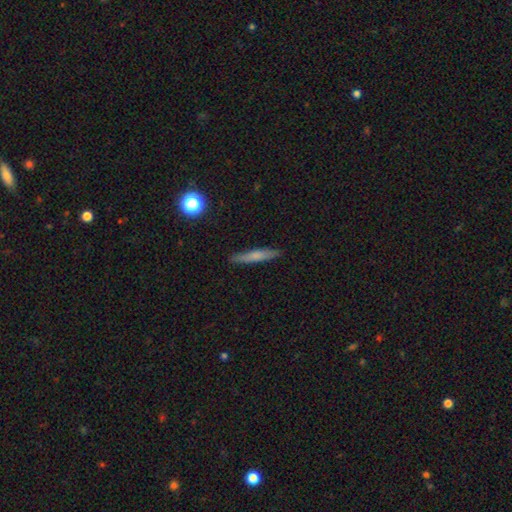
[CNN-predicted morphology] Overall: smooth (61%; featured or disk 31%). How rounded: cigar-shaped (92%). Merging: none (89%).